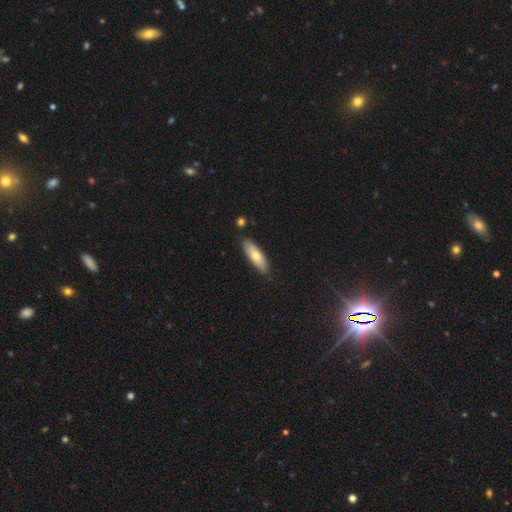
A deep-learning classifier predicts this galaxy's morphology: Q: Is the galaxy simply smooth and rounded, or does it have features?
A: smooth — 67%.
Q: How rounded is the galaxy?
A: cigar-shaped — 49%, tied with in between.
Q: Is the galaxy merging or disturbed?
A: none — 85%.